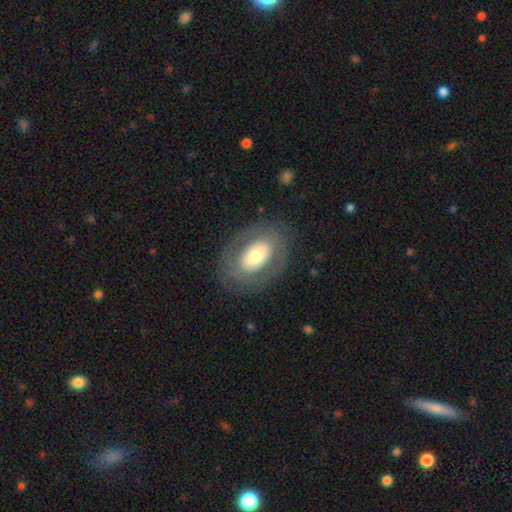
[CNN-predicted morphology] Smooth or featured: smooth — 52% (featured or disk — 41%)
How rounded: in between — 80% (round — 18%)
Merging: none — 80% (minor disturbance — 12%)